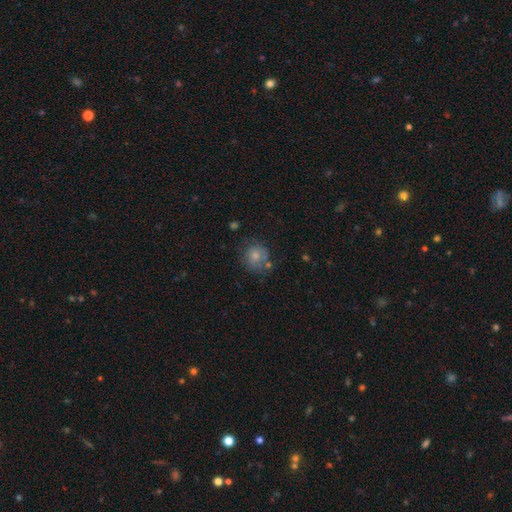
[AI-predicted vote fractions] This is likely a smooth galaxy (70%). How rounded: clearly round (82%). Merging: possibly none (57%).